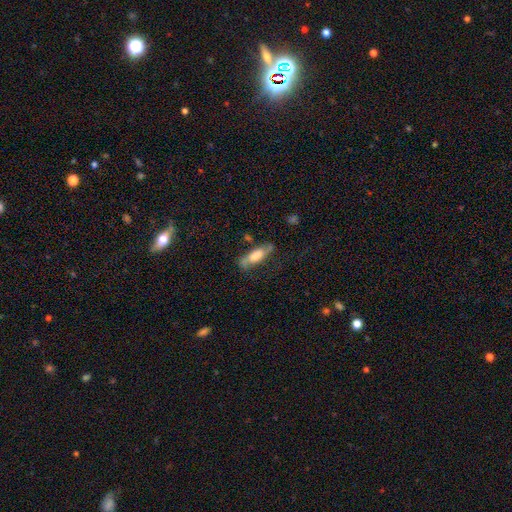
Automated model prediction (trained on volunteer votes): This appears to be a smooth galaxy with no disk features (56%) that is in between round and cigar-shaped (49%, tied with cigar-shaped). Merging: none (59%).